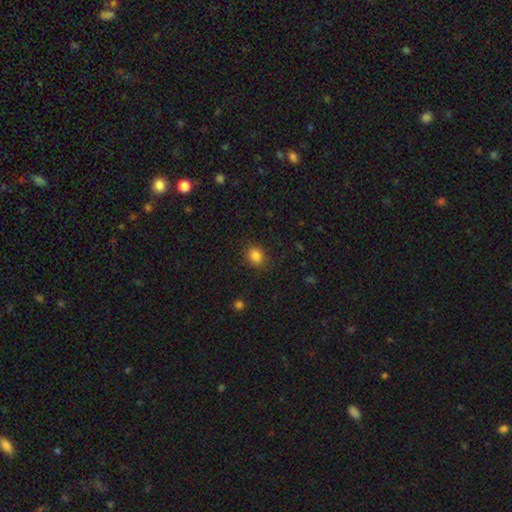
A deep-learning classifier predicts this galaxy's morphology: type=smooth (85%); roundness=round (66%); merging=none (86%).